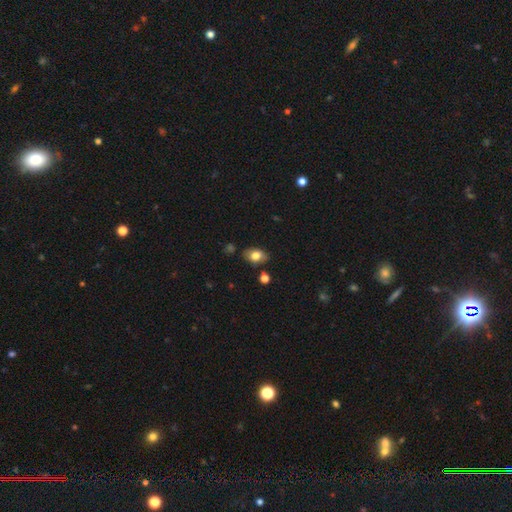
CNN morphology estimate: smooth_or_featured: smooth (p=0.76) [alt: featured or disk p=0.15]
how_rounded: in between (p=0.83) [alt: round p=0.15]
merging: none (p=0.79) [alt: minor disturbance p=0.15]